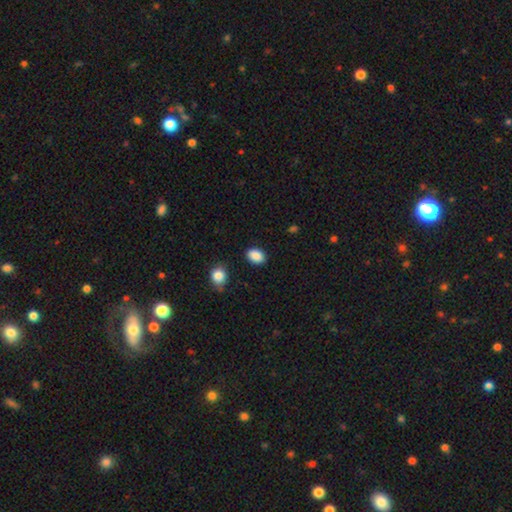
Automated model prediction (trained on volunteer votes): The model was most divided on "how rounded": in between: 77%, round: 22%, cigar-shaped: 1%. More confident: smooth or featured — smooth (89%); merging — none (85%).